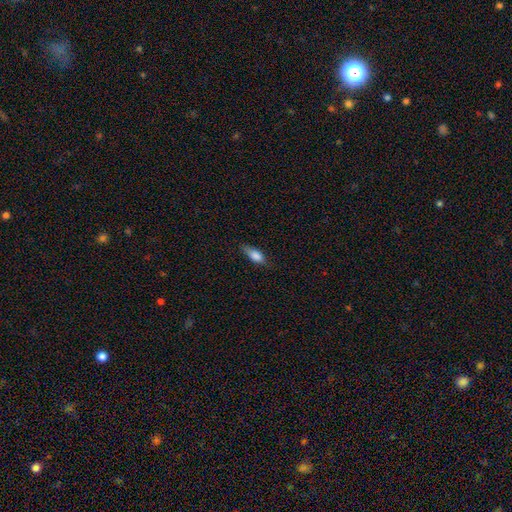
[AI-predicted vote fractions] Q: Smooth or featured?
A: smooth (80%); runner-up: featured or disk (12%)
Q: How rounded?
A: in between (72%); runner-up: cigar-shaped (24%)
Q: Merging?
A: none (70%); runner-up: minor disturbance (24%)